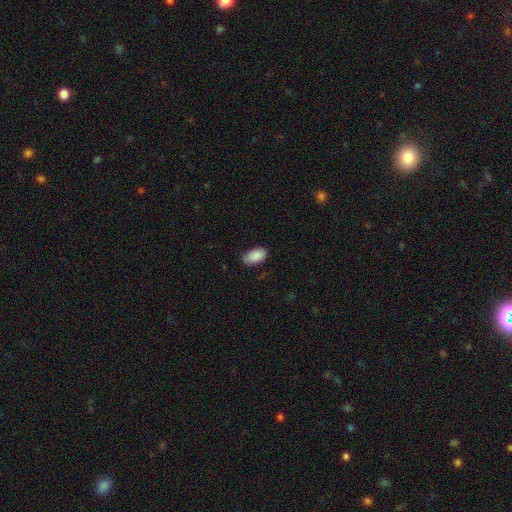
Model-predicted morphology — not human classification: Smooth or featured? Predicted: smooth (p=0.89). How rounded? Predicted: in between (p=0.94). Merging? Predicted: none (p=0.77).